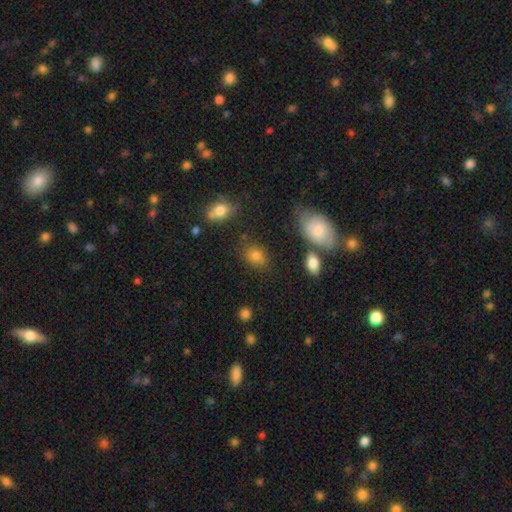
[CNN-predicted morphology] Smooth or featured? Predicted: smooth (p=0.79). How rounded? Predicted: in between (p=0.60). Merging? Predicted: none (p=0.74).